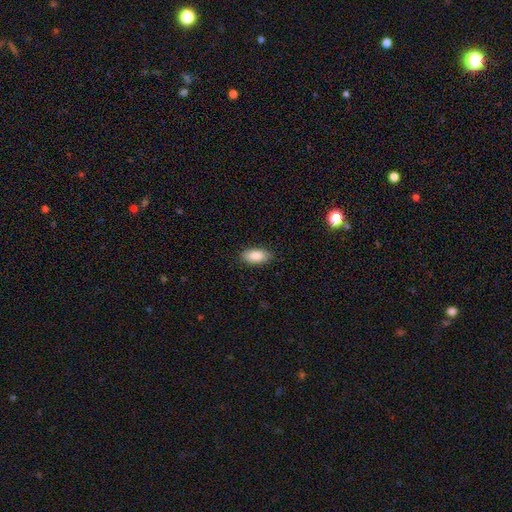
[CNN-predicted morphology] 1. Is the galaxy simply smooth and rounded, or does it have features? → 86% smooth, 8% featured or disk, 6% star or artifact.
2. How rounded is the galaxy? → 93% in between, 5% cigar-shaped, 3% round.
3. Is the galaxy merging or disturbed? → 88% none, 9% minor disturbance, 2% major disturbance, 1% merger.